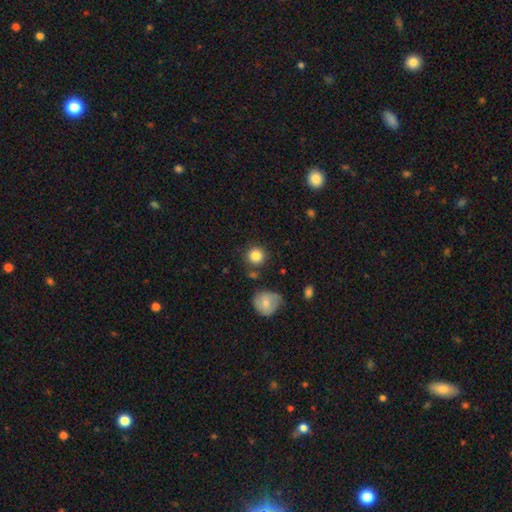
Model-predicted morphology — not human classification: smooth_or_featured: smooth (p=0.84) [alt: star or artifact p=0.10]
how_rounded: round (p=0.92) [alt: in between p=0.07]
merging: none (p=0.84) [alt: minor disturbance p=0.09]